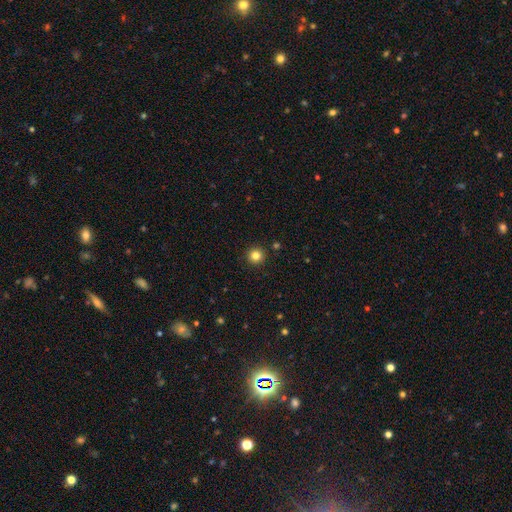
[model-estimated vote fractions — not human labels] smooth_or_featured: smooth (p=0.82) [alt: star or artifact p=0.13]
how_rounded: round (p=0.96) [alt: in between p=0.04]
merging: none (p=0.93) [alt: minor disturbance p=0.04]